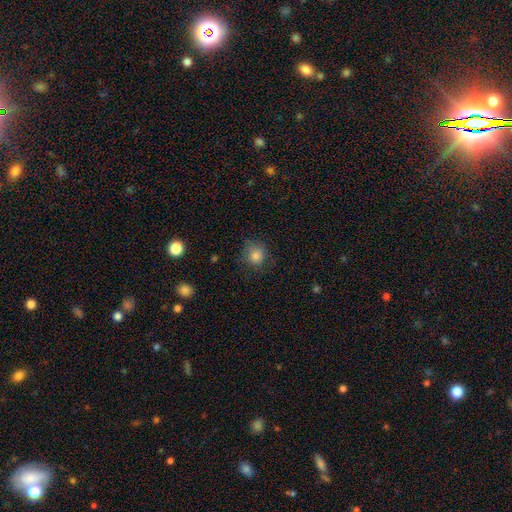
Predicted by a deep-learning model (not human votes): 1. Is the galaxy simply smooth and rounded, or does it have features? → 83% smooth, 11% star or artifact, 6% featured or disk.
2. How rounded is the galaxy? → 83% round, 16% in between, 1% cigar-shaped.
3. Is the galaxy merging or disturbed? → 74% none, 19% minor disturbance, 6% major disturbance, 1% merger.